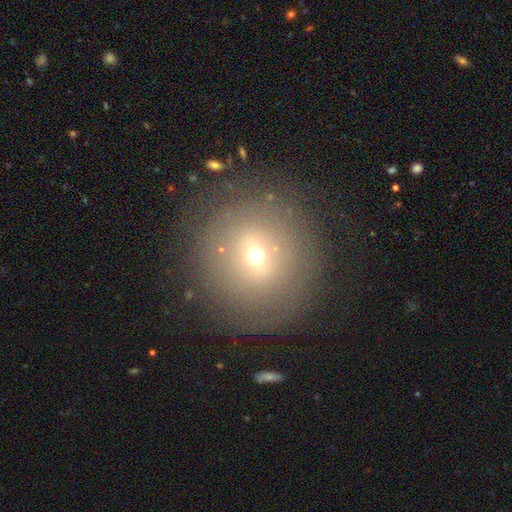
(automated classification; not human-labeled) This is possibly a smooth galaxy (51%). How rounded: clearly round (91%). Merging: likely none (78%).